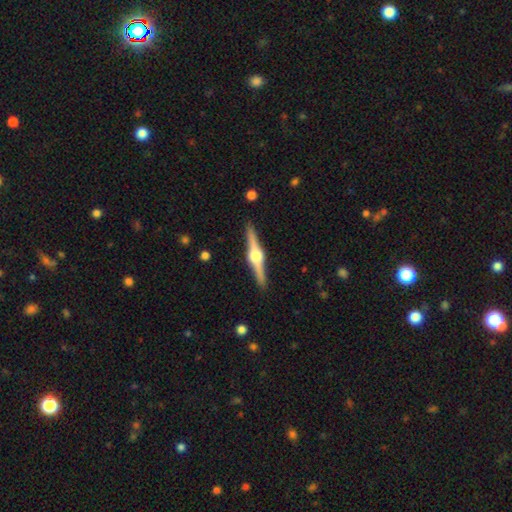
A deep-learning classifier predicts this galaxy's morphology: Smooth or featured? Predicted: featured or disk (p=0.85). Edge-on disk? Predicted: yes (p=0.98). Edge-on bulge? Predicted: rounded (p=0.94). Merging? Predicted: none (p=0.92).